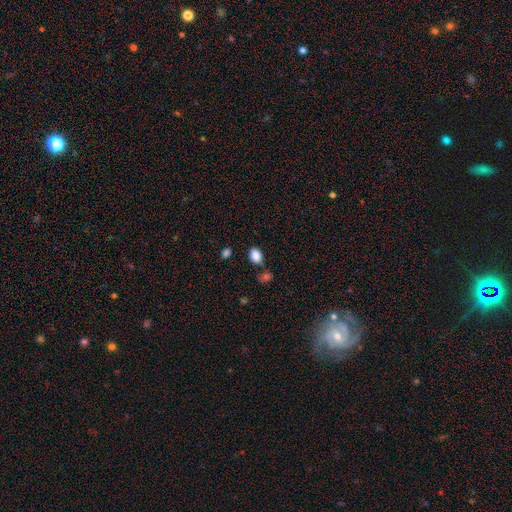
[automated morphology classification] smooth_or_featured: smooth (p=0.87) [alt: star or artifact p=0.09]
how_rounded: in between (p=0.75) [alt: round p=0.24]
merging: none (p=0.74) [alt: minor disturbance p=0.14]